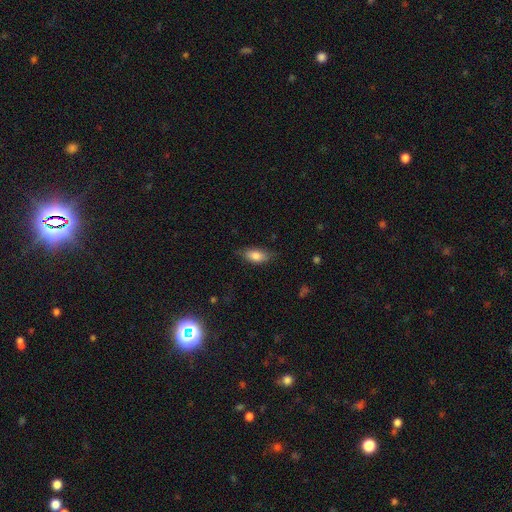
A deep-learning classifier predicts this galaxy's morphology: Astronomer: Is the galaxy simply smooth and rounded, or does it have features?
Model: smooth — 81%.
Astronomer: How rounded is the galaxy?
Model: in between — 85%.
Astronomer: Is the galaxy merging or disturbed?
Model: none — 75%.